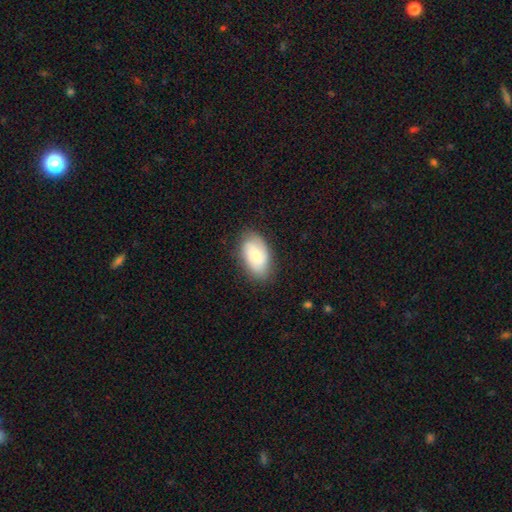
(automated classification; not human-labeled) Q: Smooth or featured?
A: smooth (61%); runner-up: featured or disk (32%)
Q: How rounded?
A: in between (93%); runner-up: round (5%)
Q: Merging?
A: none (78%); runner-up: minor disturbance (17%)